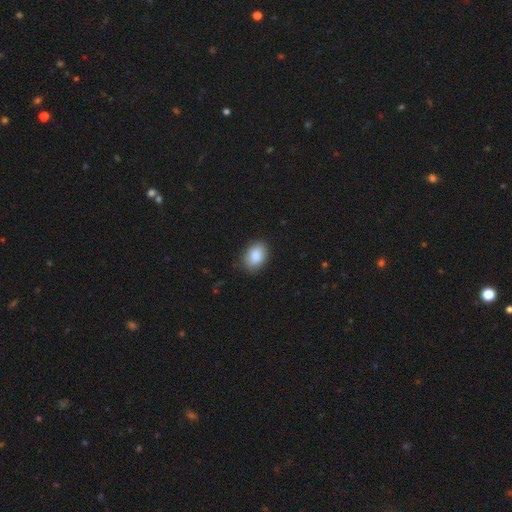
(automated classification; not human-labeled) smooth_or_featured: smooth (p=0.89) [alt: star or artifact p=0.07]
how_rounded: in between (p=0.86) [alt: round p=0.13]
merging: none (p=0.84) [alt: minor disturbance p=0.12]